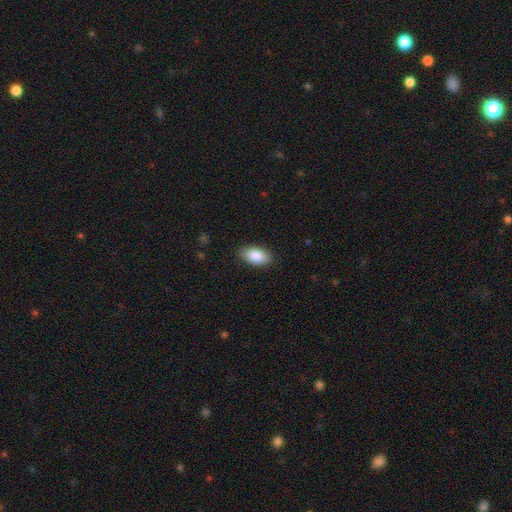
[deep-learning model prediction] smooth_or_featured: smooth (p=0.88) [alt: star or artifact p=0.06]
how_rounded: in between (p=0.93) [alt: round p=0.04]
merging: none (p=0.87) [alt: minor disturbance p=0.10]